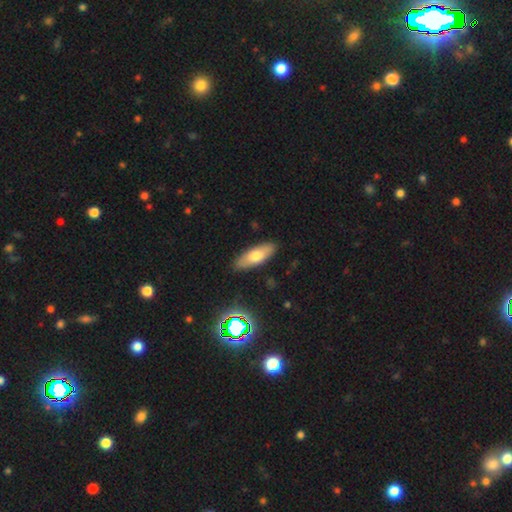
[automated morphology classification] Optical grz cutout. It shows a smooth galaxy with no disk features (67%) that is in between round and cigar-shaped (65%). Merging: none (88%).